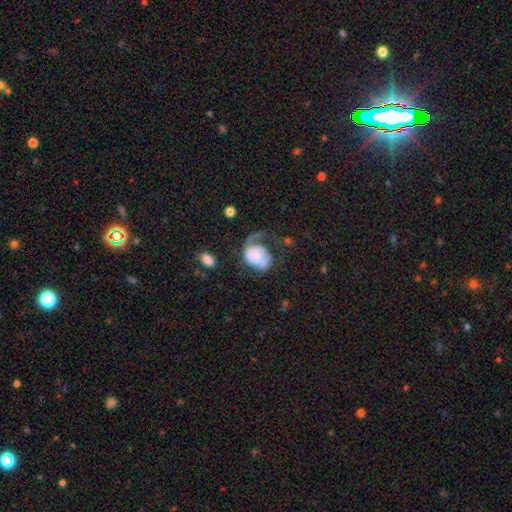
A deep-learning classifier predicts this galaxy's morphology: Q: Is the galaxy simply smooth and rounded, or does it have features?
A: featured or disk — 51%.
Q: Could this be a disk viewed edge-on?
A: no — 97%.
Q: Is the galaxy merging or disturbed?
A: major disturbance — 52%.